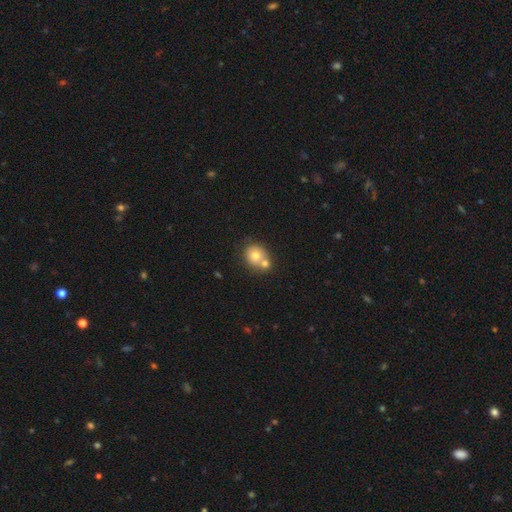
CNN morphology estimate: smooth 72%, featured or disk 18%, star or artifact 10%. Down the decision tree: how rounded — round (74%); merging — merger (50%).